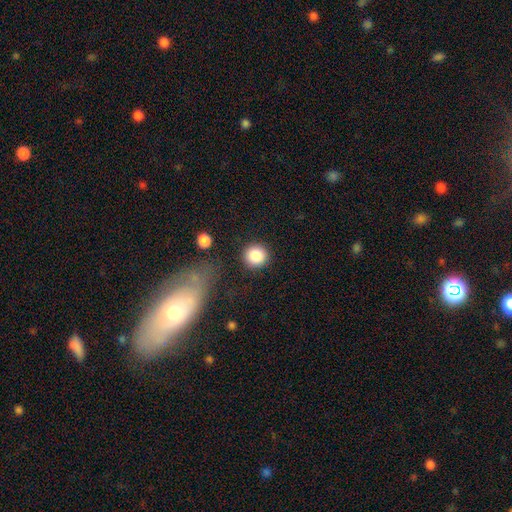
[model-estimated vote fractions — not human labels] Q: Smooth or featured?
A: smooth (87%); runner-up: star or artifact (9%)
Q: How rounded?
A: round (94%); runner-up: in between (5%)
Q: Merging?
A: none (87%); runner-up: minor disturbance (7%)